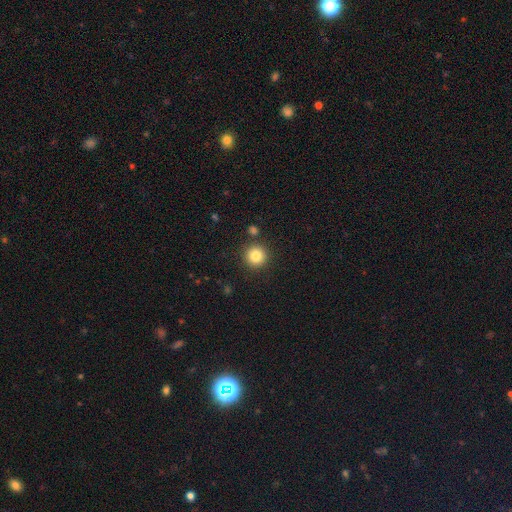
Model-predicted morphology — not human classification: The model was most divided on "smooth or featured": smooth: 84%, star or artifact: 11%, featured or disk: 5%. More confident: how rounded — round (95%); merging — none (88%).